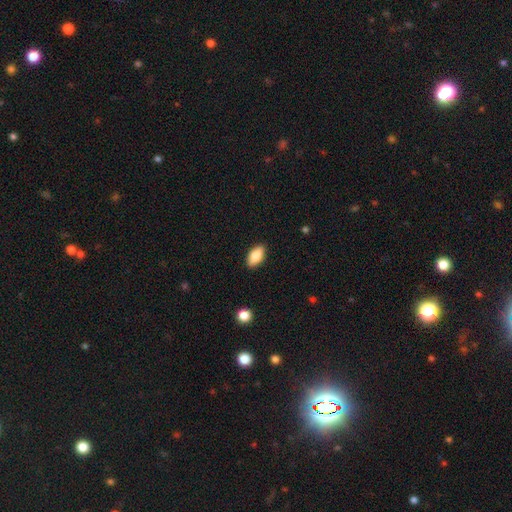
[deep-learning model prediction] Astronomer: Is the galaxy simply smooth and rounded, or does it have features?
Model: smooth — 80%.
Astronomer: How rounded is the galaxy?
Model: in between — 89%.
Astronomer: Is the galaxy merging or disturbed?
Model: none — 88%.